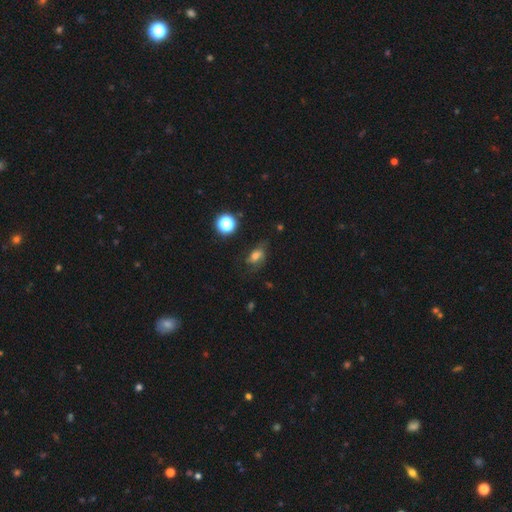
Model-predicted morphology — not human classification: A smooth galaxy with no disk features (50%) that is in between round and cigar-shaped (78%). Merging: none (54%).